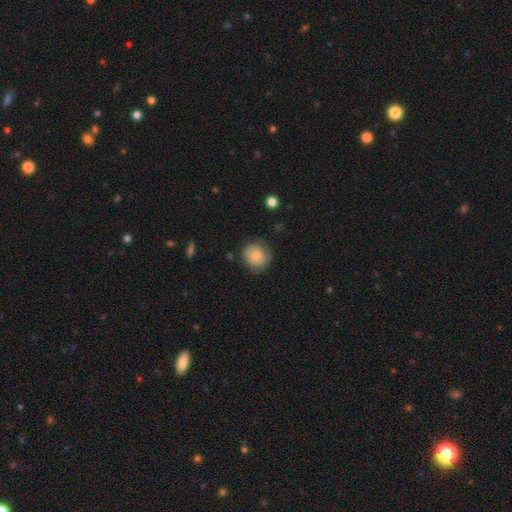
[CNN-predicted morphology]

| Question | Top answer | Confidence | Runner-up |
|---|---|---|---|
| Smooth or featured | smooth | 79% | featured or disk (13%) |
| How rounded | round | 83% | in between (16%) |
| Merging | none | 73% | minor disturbance (20%) |